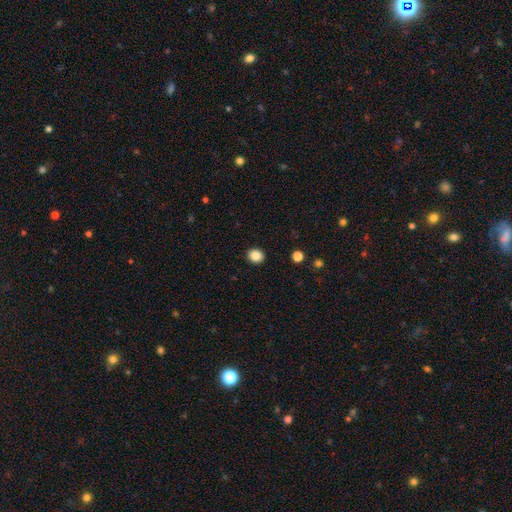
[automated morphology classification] The model was most divided on "how rounded": round: 77%, in between: 22%, cigar-shaped: 1%. More confident: merging — none (92%); smooth or featured — smooth (86%).